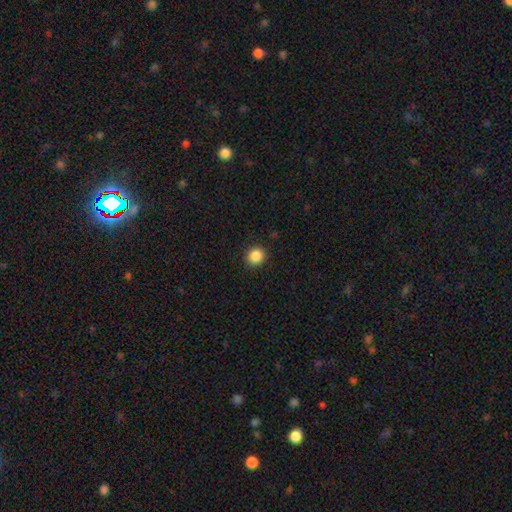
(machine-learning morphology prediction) Smooth or featured? Predicted: smooth (p=0.87). How rounded? Predicted: round (p=0.87). Merging? Predicted: none (p=0.91).